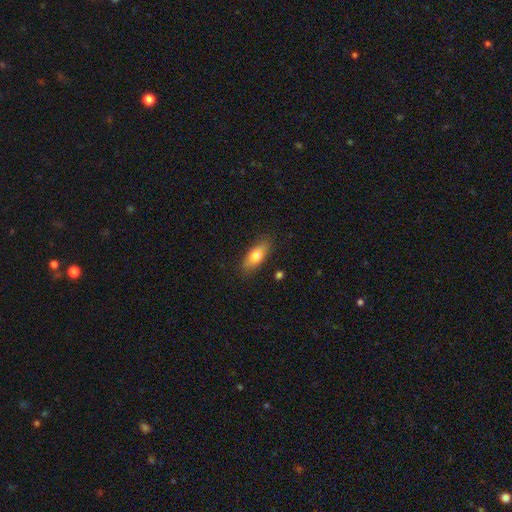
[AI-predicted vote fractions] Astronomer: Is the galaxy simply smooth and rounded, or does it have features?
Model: smooth — 75%.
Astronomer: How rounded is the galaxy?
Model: in between — 73%.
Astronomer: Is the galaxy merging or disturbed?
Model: none — 84%.